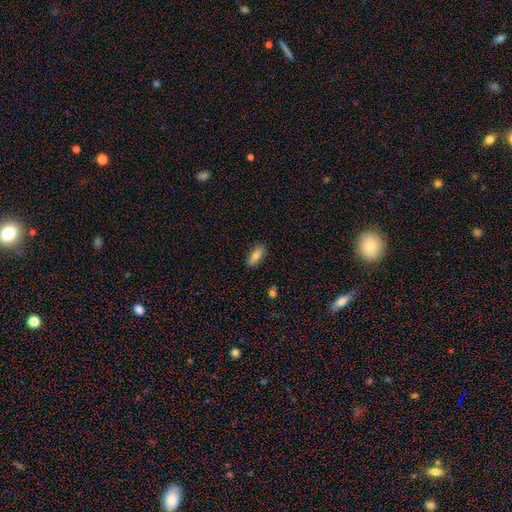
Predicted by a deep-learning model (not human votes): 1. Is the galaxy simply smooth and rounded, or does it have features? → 75% smooth, 18% featured or disk, 7% star or artifact.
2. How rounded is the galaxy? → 68% in between, 29% cigar-shaped, 3% round.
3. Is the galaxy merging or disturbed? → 87% none, 10% minor disturbance, 2% major disturbance, 1% merger.